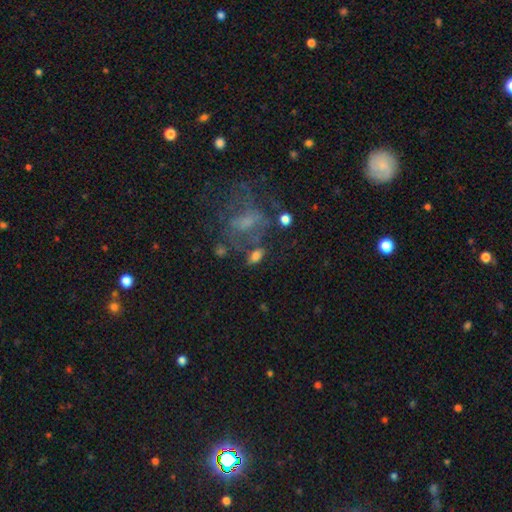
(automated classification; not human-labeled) This is likely a smooth galaxy (70%). How rounded: clearly in between (81%). Merging: possibly none (59%).